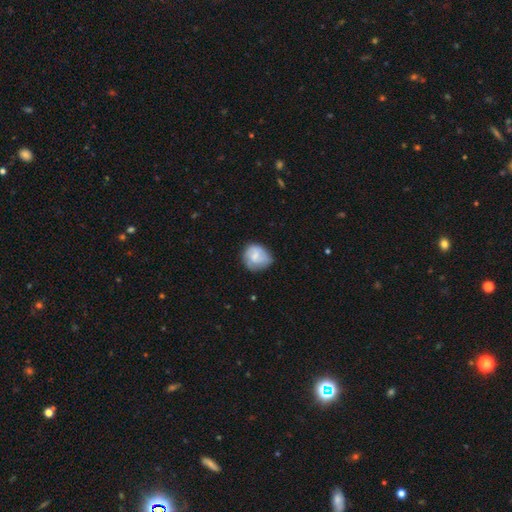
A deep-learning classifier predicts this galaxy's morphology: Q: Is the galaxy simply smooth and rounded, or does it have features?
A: smooth — 60%.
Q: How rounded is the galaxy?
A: round — 72%.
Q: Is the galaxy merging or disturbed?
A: none — 56%.